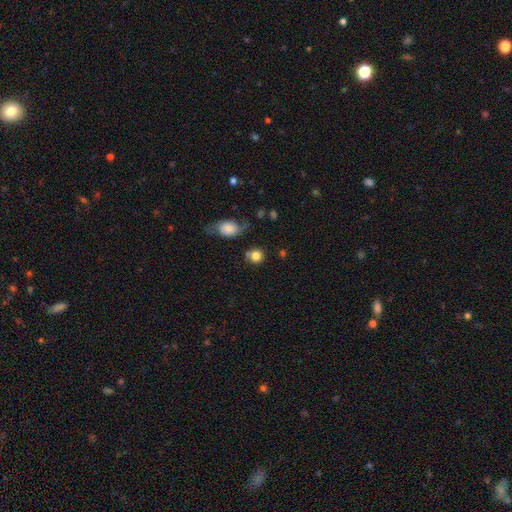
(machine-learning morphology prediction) Smooth or featured?
  - smooth: 82% *
  - star or artifact: 10%
  - featured or disk: 8%
How rounded?
  - round: 89% *
  - in between: 10%
  - cigar-shaped: 1%
Merging?
  - none: 72% *
  - minor disturbance: 13%
  - merger: 10%
  - major disturbance: 5%